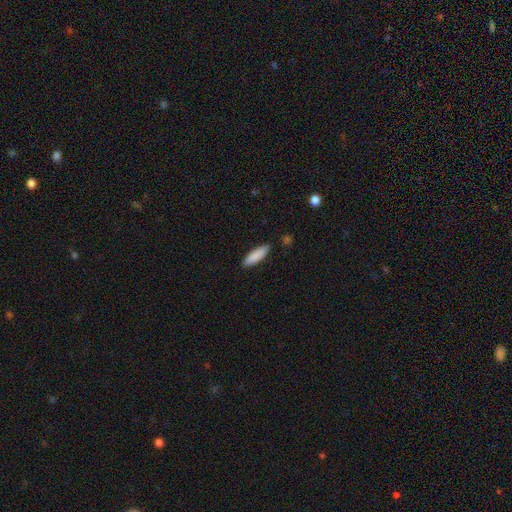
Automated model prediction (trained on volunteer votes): Smooth or featured?
  - smooth: 88% *
  - featured or disk: 7%
  - star or artifact: 6%
How rounded?
  - cigar-shaped: 59% *
  - in between: 40%
  - round: 1%
Merging?
  - none: 87% *
  - minor disturbance: 10%
  - major disturbance: 2%
  - merger: 2%